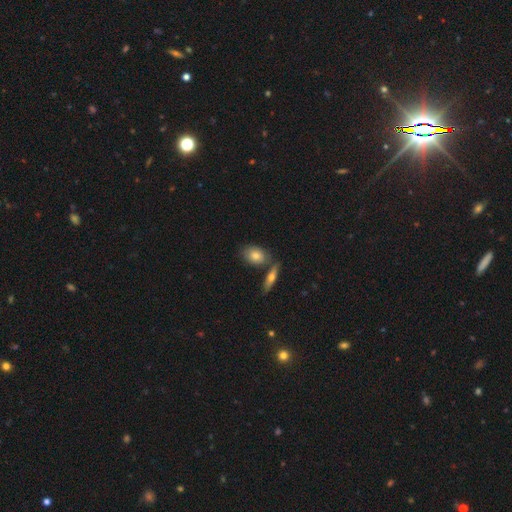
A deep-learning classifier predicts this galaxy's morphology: A smooth galaxy with no disk features (76%) that is in between round and cigar-shaped (76%). Merging: none (65%).